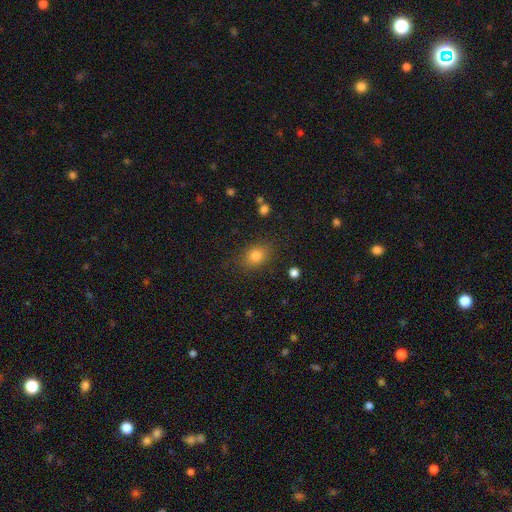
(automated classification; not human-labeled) Overall: smooth (82%). How rounded: in between (60%; round 38%). Merging: none (83%).